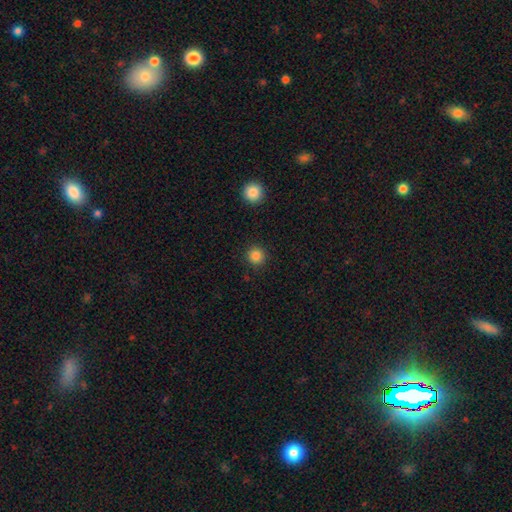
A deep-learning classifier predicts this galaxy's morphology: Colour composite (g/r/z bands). It shows a smooth galaxy with no disk features (85%) that is round (94%). Merging: none (91%).